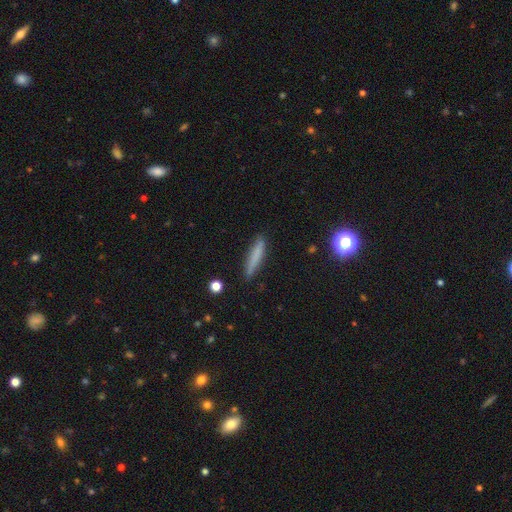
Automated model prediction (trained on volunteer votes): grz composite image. It shows a smooth galaxy with no disk features (74%) that is cigar-shaped (90%). Merging: none (86%).